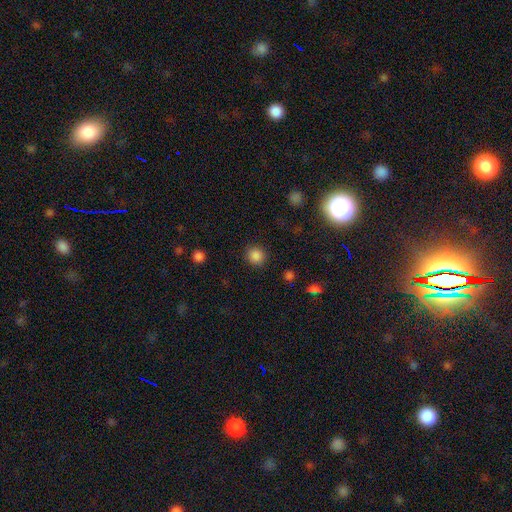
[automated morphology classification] Smooth or featured? Predicted: smooth (p=0.85). How rounded? Predicted: round (p=0.89). Merging? Predicted: none (p=0.89).